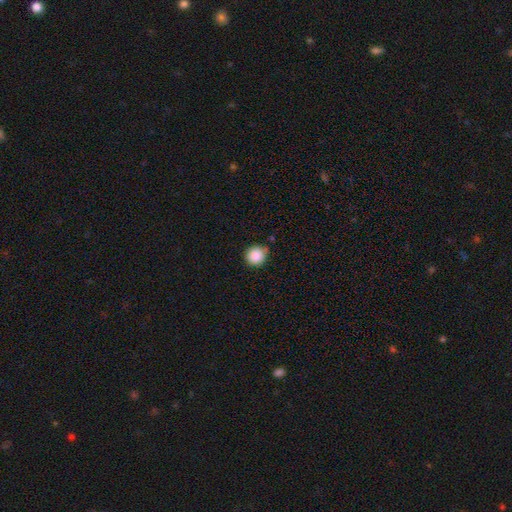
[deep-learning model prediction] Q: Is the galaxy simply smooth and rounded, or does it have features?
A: smooth — 88%.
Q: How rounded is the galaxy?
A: round — 92%.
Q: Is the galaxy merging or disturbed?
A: none — 76%.